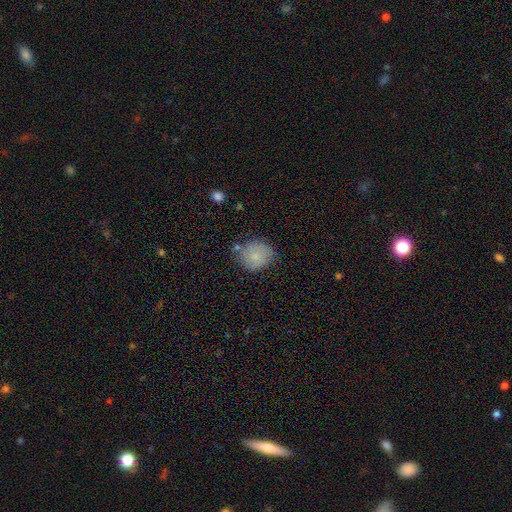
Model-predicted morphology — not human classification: smooth_or_featured: smooth (p=0.71) [alt: featured or disk p=0.21]
how_rounded: round (p=0.67) [alt: in between p=0.31]
merging: none (p=0.63) [alt: minor disturbance p=0.26]